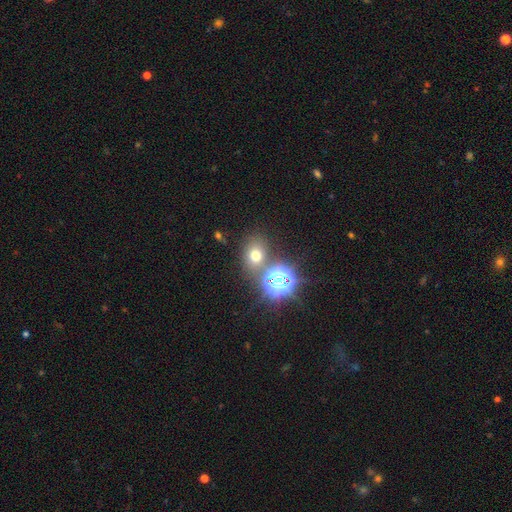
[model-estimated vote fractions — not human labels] A smooth galaxy with no disk features (59%) that is round (56%).

Vote fractions:
- Smooth or featured? smooth: 59% / star or artifact: 31% / featured or disk: 11%
- How rounded? round: 56% / in between: 43% / cigar-shaped: 1%
- Merging? none: 70% / merger: 16% / minor disturbance: 10% / major disturbance: 4%